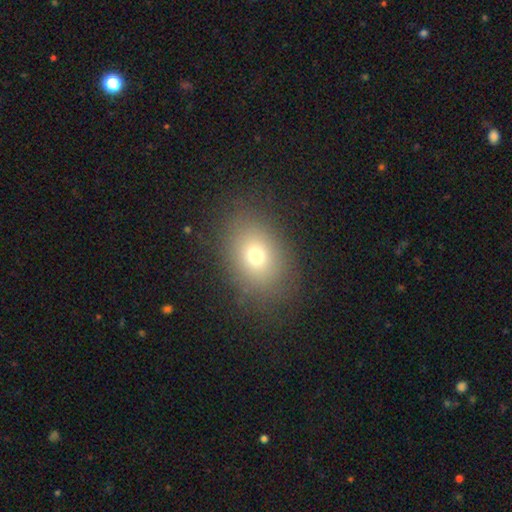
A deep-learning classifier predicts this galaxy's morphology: The model was most divided on "how rounded": in between: 66%, round: 33%, cigar-shaped: 1%. More confident: merging — none (84%); smooth or featured — smooth (70%).